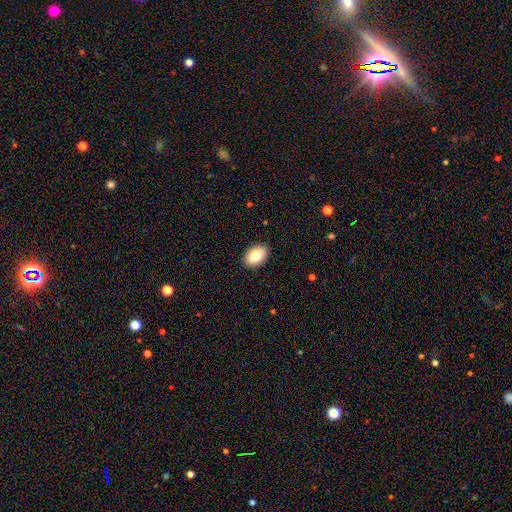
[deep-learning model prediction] Smooth or featured?
  - smooth: 83% *
  - featured or disk: 9%
  - star or artifact: 7%
How rounded?
  - in between: 86% *
  - round: 13%
  - cigar-shaped: 1%
Merging?
  - none: 89% *
  - minor disturbance: 8%
  - major disturbance: 2%
  - merger: 1%